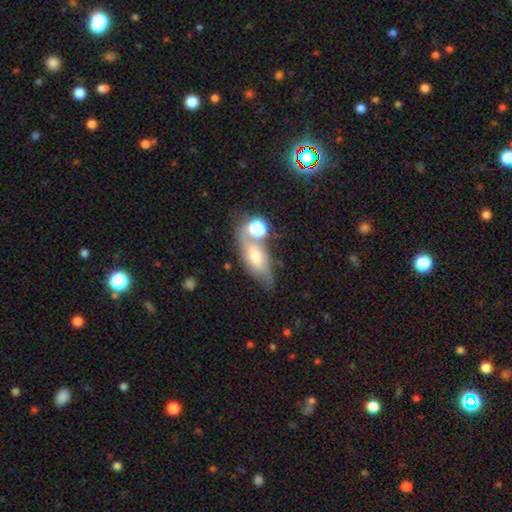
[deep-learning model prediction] This appears to be a featured or disk galaxy (51%). Merging: none (47%).